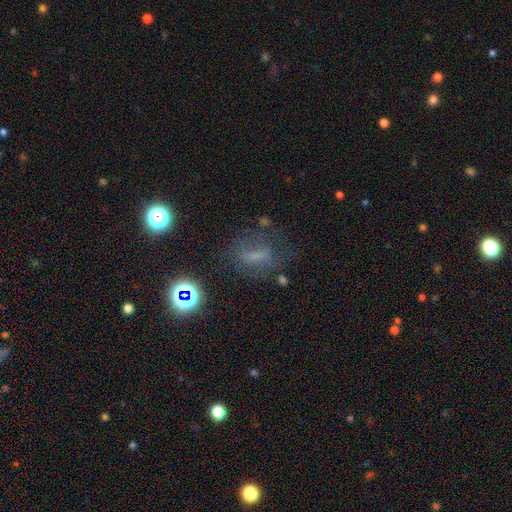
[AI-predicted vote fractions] smooth_or_featured: featured or disk (p=0.36) [alt: smooth p=0.33]
merging: none (p=0.59) [alt: minor disturbance p=0.19]